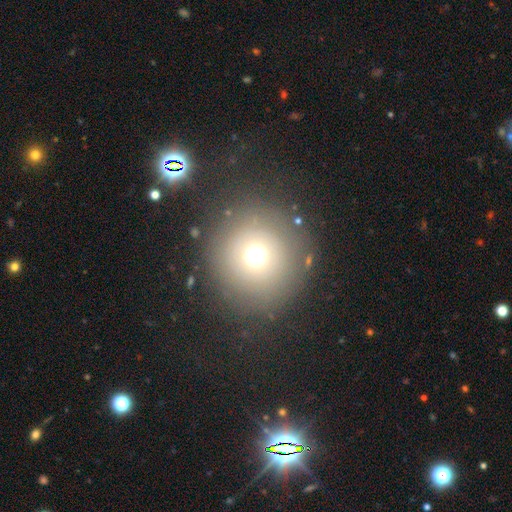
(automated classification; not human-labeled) This is likely a smooth galaxy (67%). How rounded: clearly round (95%). Merging: clearly none (84%).